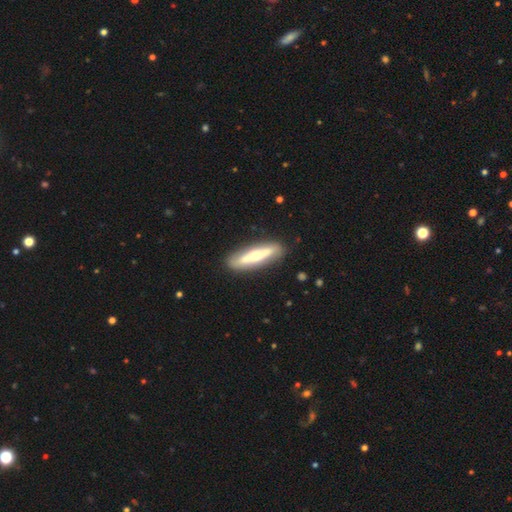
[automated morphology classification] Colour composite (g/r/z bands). It shows a featured or disk galaxy (53%) viewed edge-on (64%). Merging: none (84%).